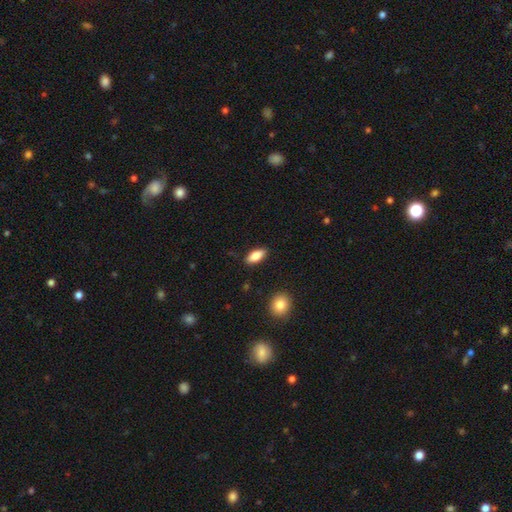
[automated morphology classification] A smooth galaxy with no disk features (82%) that is in between round and cigar-shaped (87%). Merging: none (88%).